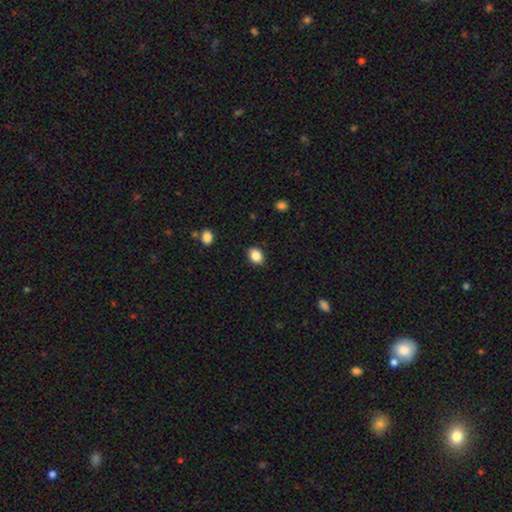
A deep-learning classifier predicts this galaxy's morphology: type=smooth (87%); roundness=in between (63%); merging=none (88%).